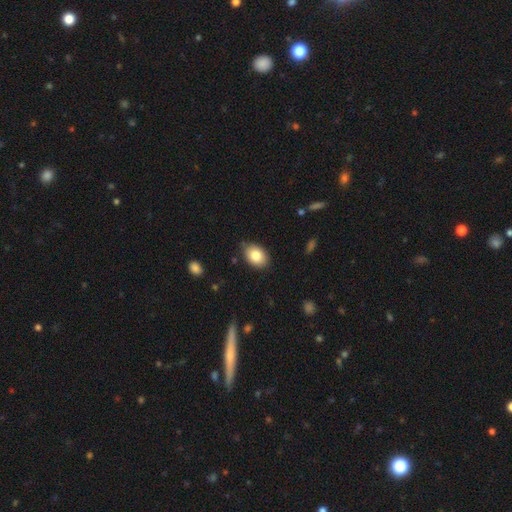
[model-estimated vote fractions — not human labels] smooth_or_featured: smooth (p=0.83) [alt: featured or disk p=0.10]
how_rounded: in between (p=0.79) [alt: round p=0.20]
merging: none (p=0.80) [alt: minor disturbance p=0.17]